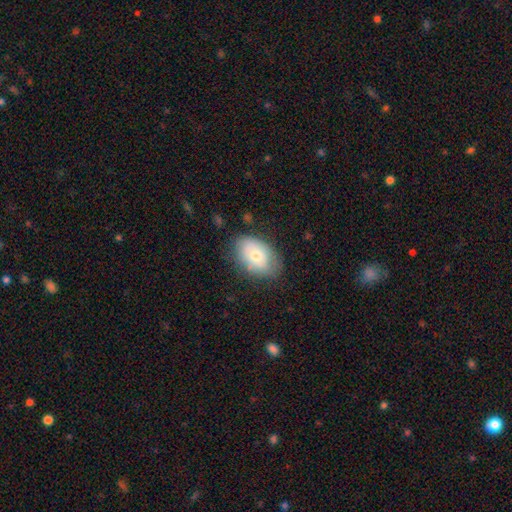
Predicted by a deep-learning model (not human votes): smooth_or_featured: smooth (p=0.65) [alt: featured or disk p=0.27]
how_rounded: in between (p=0.85) [alt: round p=0.14]
merging: none (p=0.73) [alt: minor disturbance p=0.20]